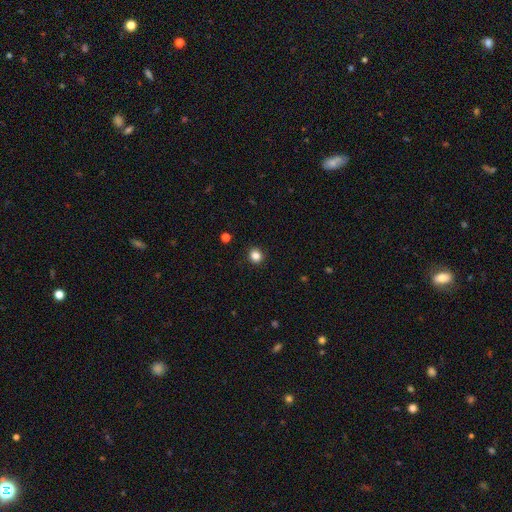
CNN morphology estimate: Q: Smooth or featured?
A: smooth (84%); runner-up: star or artifact (12%)
Q: How rounded?
A: round (87%); runner-up: in between (12%)
Q: Merging?
A: none (92%); runner-up: minor disturbance (5%)